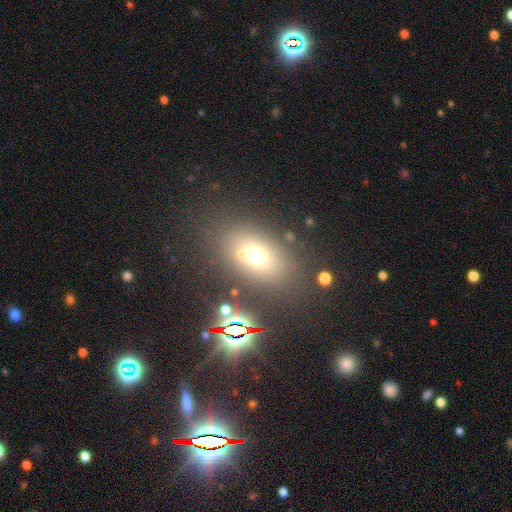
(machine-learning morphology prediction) Smooth or featured?
  - smooth: 58% *
  - star or artifact: 25%
  - featured or disk: 17%
How rounded?
  - in between: 73% *
  - round: 25%
  - cigar-shaped: 3%
Merging?
  - none: 68% *
  - merger: 15%
  - minor disturbance: 11%
  - major disturbance: 6%